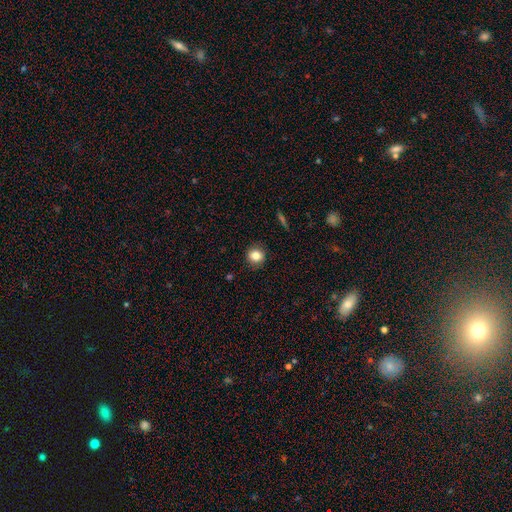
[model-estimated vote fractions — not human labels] Morphology: type=smooth (83%); roundness=round (85%); merging=none (89%).